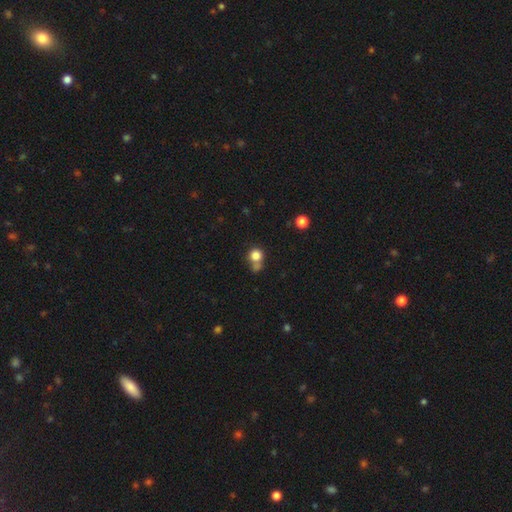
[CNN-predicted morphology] This appears to be a smooth galaxy with no disk features (81%) that is round (87%). Merging: none (50%).